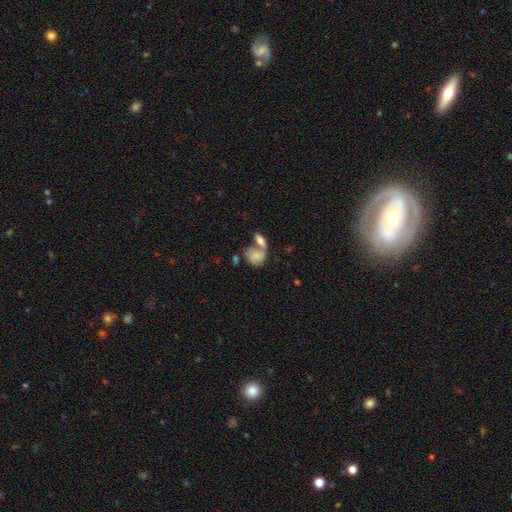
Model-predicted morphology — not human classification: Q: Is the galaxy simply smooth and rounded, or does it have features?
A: smooth — 55%.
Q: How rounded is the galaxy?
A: in between — 62%.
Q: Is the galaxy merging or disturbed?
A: merger — 53%.